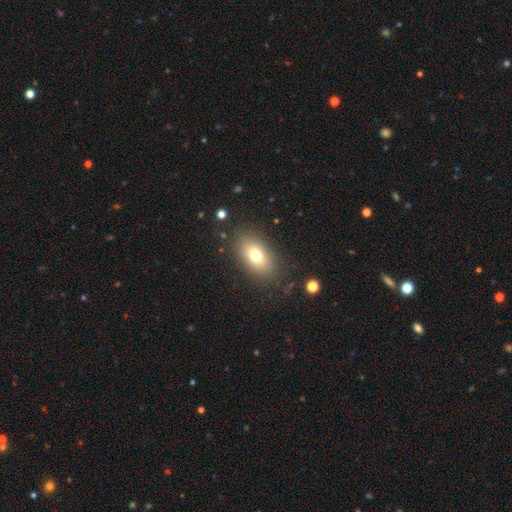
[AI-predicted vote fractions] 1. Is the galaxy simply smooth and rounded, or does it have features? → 74% smooth, 16% featured or disk, 10% star or artifact.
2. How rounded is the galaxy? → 87% in between, 10% round, 3% cigar-shaped.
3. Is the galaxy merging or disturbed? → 83% none, 11% minor disturbance, 4% major disturbance, 2% merger.